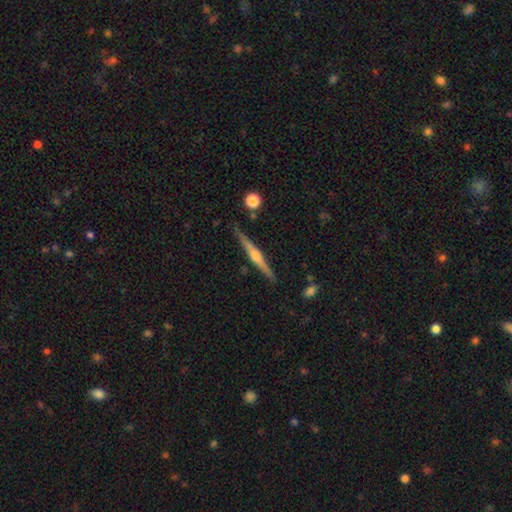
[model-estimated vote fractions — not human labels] smooth-or-featured: featured or disk: 80% | smooth: 14% | star or artifact: 6%
  disk-edge-on: yes: 98% | no: 2%
    edge-on-bulge: rounded: 89% | boxy: 6% | none: 5%
  merging: none: 89% | minor disturbance: 7% | merger: 2% | major disturbance: 2%